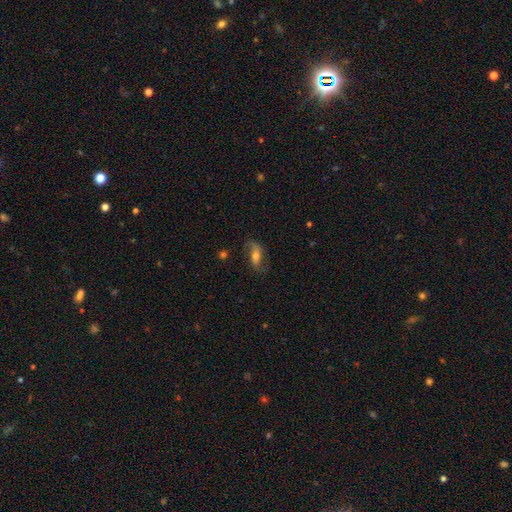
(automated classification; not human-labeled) smooth_or_featured: featured or disk (p=0.64) [alt: smooth p=0.29]
disk_edge_on: no (p=0.90) [alt: yes p=0.10]
bar: no (p=0.38) [alt: weak p=0.33]
has_spiral_arms: yes (p=0.88) [alt: no p=0.12]
spiral_winding: loose (p=0.65) [alt: medium p=0.26]
spiral_arm_count: 2 (p=0.88) [alt: 1 p=0.05]
bulge_size: moderate (p=0.61) [alt: small p=0.26]
merging: none (p=0.70) [alt: minor disturbance p=0.18]